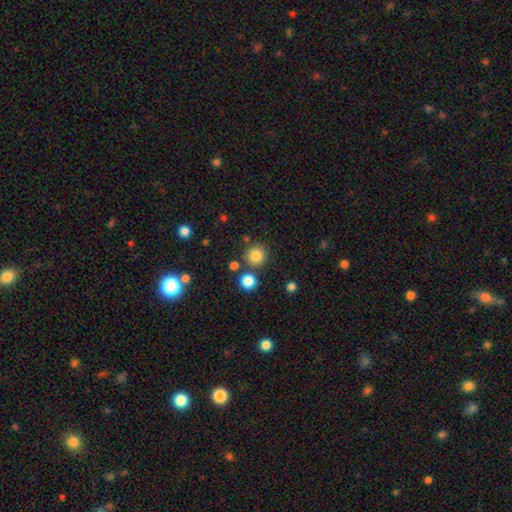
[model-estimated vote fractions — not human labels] Overall: smooth (82%). How rounded: round (94%). Merging: none (82%).